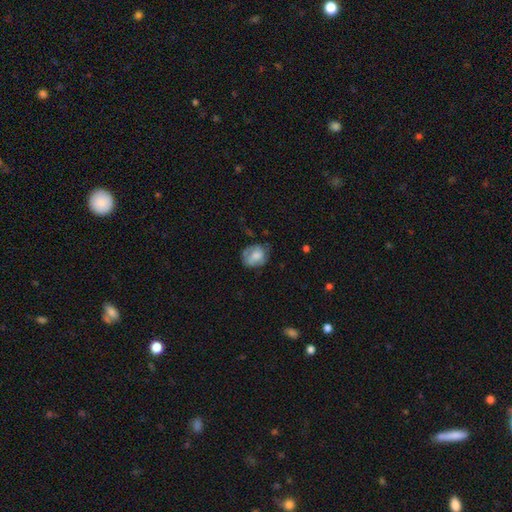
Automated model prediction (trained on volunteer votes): smooth-or-featured: smooth: 52% | featured or disk: 40% | star or artifact: 8%
  how-rounded: round: 52% | in between: 47% | cigar-shaped: 1%
  merging: none: 53% | minor disturbance: 30% | major disturbance: 15% | merger: 2%